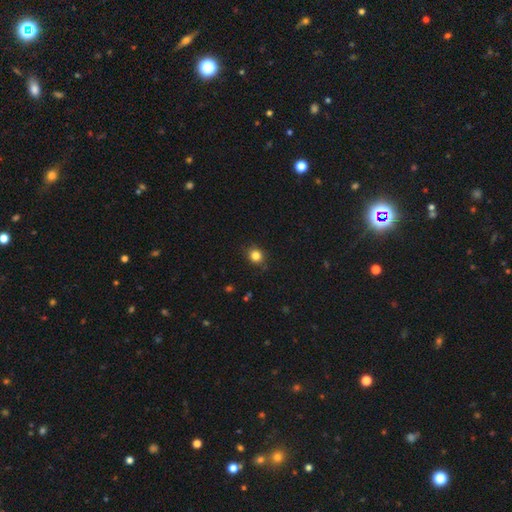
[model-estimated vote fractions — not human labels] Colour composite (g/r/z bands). It shows a smooth galaxy with no disk features (83%) that is round (79%). Merging: none (85%).